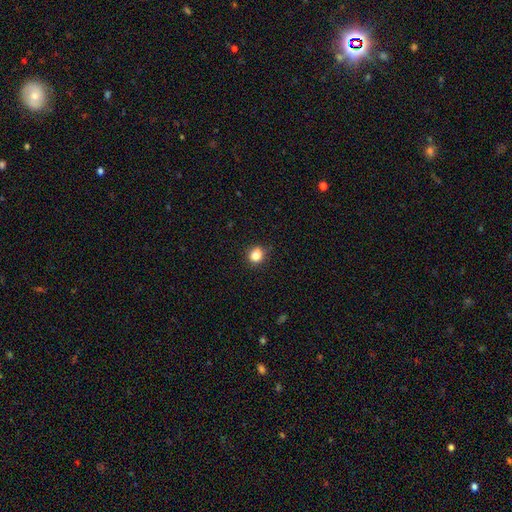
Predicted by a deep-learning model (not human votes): The model was most divided on "how rounded": round: 79%, in between: 20%, cigar-shaped: 1%. More confident: merging — none (85%); smooth or featured — smooth (84%).